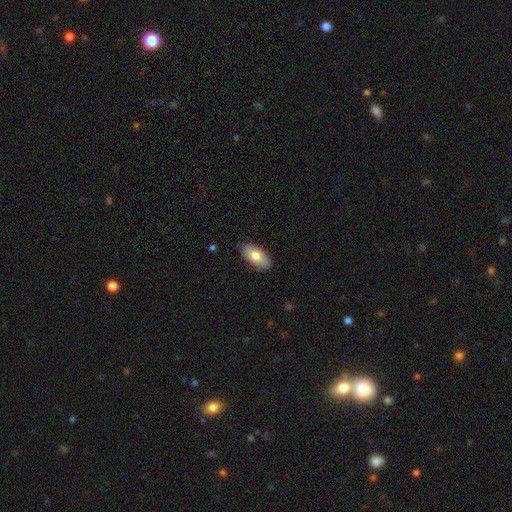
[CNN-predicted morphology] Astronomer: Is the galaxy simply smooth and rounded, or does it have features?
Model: smooth — 78%.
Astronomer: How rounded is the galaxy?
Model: in between — 94%.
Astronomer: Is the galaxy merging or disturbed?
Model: none — 88%.